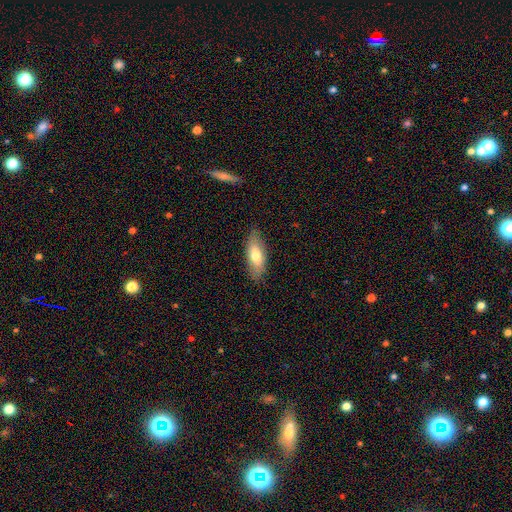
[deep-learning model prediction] Q: Smooth or featured?
A: smooth (68%); runner-up: featured or disk (26%)
Q: How rounded?
A: in between (76%); runner-up: cigar-shaped (22%)
Q: Merging?
A: none (84%); runner-up: minor disturbance (12%)